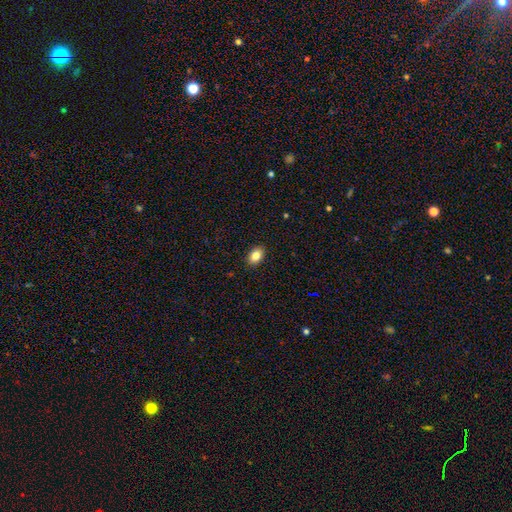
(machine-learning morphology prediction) This appears to be a smooth galaxy with no disk features (84%) that is in between round and cigar-shaped (83%). Merging: none (90%).